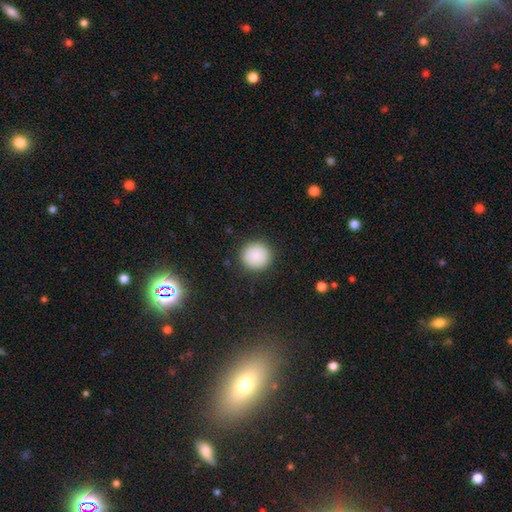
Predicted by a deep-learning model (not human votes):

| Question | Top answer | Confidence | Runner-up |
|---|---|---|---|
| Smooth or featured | smooth | 89% | star or artifact (8%) |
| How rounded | round | 94% | in between (5%) |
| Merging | none | 91% | minor disturbance (6%) |